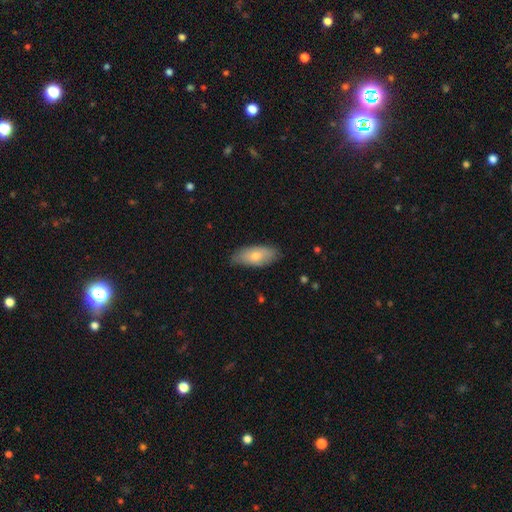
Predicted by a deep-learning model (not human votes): The model was most divided on "smooth or featured": smooth: 71%, featured or disk: 24%, star or artifact: 6%. More confident: how rounded — in between (87%); merging — none (79%).